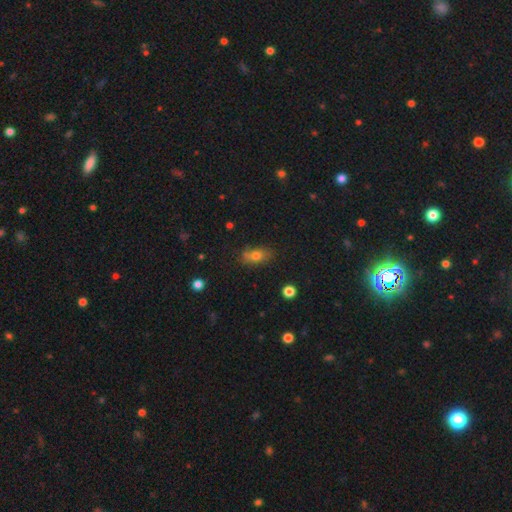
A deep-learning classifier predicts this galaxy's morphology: This is likely a smooth galaxy (73%). How rounded: likely in between (76%). Merging: likely none (69%).